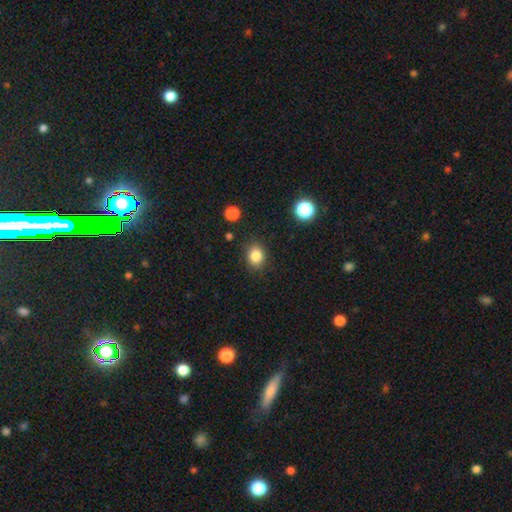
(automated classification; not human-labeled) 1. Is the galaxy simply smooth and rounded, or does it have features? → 84% smooth, 11% star or artifact, 5% featured or disk.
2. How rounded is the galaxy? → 59% round, 40% in between, 1% cigar-shaped.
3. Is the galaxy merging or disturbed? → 84% none, 11% minor disturbance, 3% major disturbance, 2% merger.